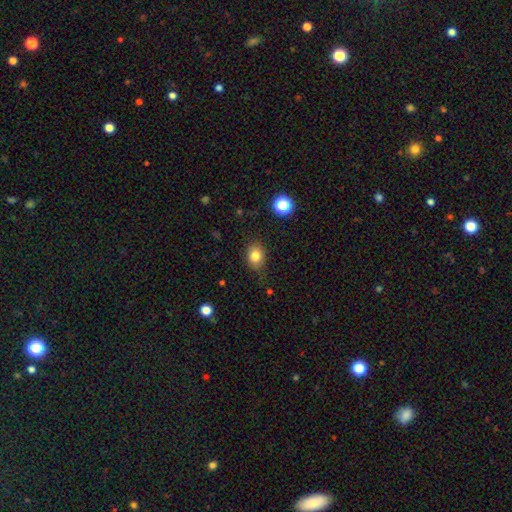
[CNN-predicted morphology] A smooth galaxy with no disk features (81%) that is in between round and cigar-shaped (57%).

Vote fractions:
- Smooth or featured? smooth: 81% / star or artifact: 11% / featured or disk: 8%
- How rounded? in between: 57% / round: 42% / cigar-shaped: 1%
- Merging? none: 79% / minor disturbance: 16% / major disturbance: 4% / merger: 2%